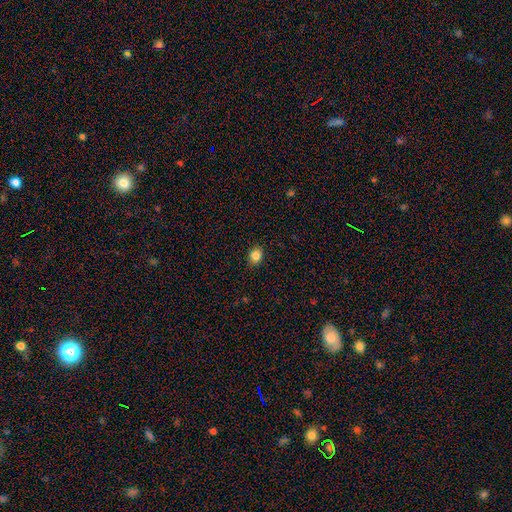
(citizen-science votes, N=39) This appears to be a smooth galaxy with no disk features (92%) that is round (61%). Merging: none (95%).